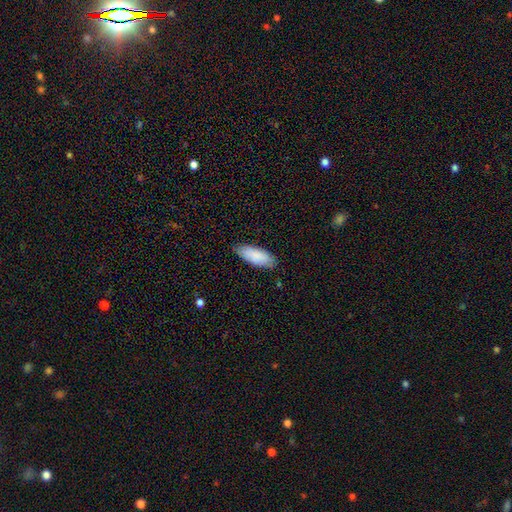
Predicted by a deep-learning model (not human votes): A smooth galaxy with no disk features (86%) that is in between round and cigar-shaped (79%).

Vote fractions:
- Smooth or featured? smooth: 86% / featured or disk: 8% / star or artifact: 6%
- How rounded? in between: 79% / cigar-shaped: 19% / round: 2%
- Merging? none: 82% / minor disturbance: 15% / major disturbance: 3% / merger: 1%